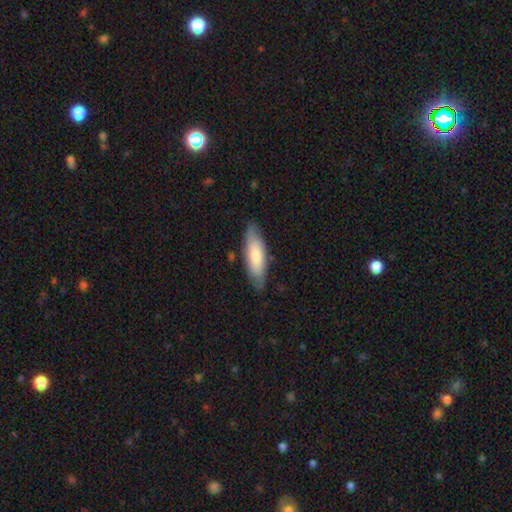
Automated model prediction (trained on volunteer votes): Smooth or featured?
  - smooth: 71% *
  - featured or disk: 24%
  - star or artifact: 5%
How rounded?
  - in between: 54% *
  - cigar-shaped: 44%
  - round: 2%
Merging?
  - none: 79% *
  - minor disturbance: 16%
  - major disturbance: 3%
  - merger: 2%